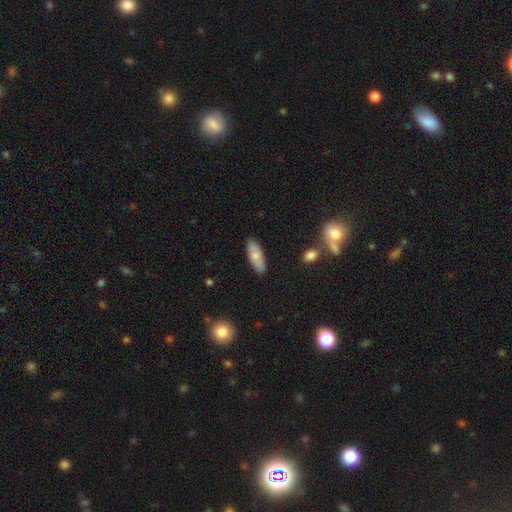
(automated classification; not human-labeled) A smooth galaxy with no disk features (72%) that is in between round and cigar-shaped (72%). Merging: none (85%).